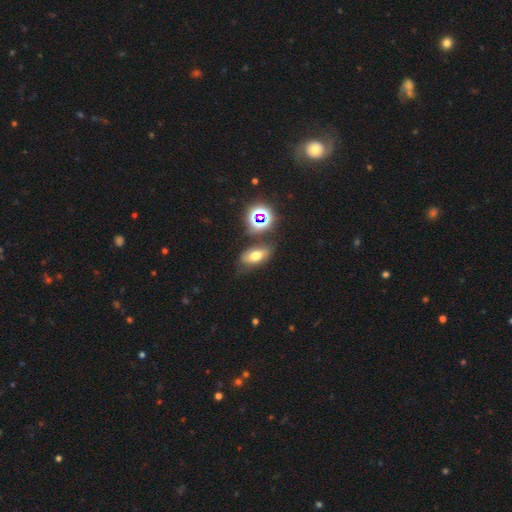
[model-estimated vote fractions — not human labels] smooth 60%, star or artifact 21%, featured or disk 19%. Down the decision tree: how rounded — in between (80%); merging — none (69%).